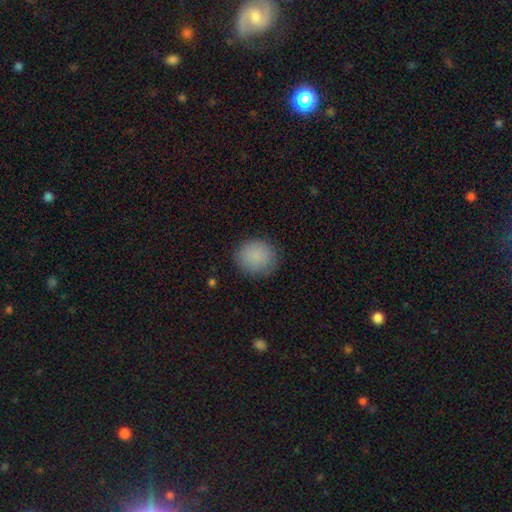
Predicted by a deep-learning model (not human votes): smooth-or-featured: smooth: 87% | star or artifact: 8% | featured or disk: 5%
  how-rounded: round: 82% | in between: 17% | cigar-shaped: 1%
  merging: none: 85% | minor disturbance: 11% | major disturbance: 3% | merger: 1%